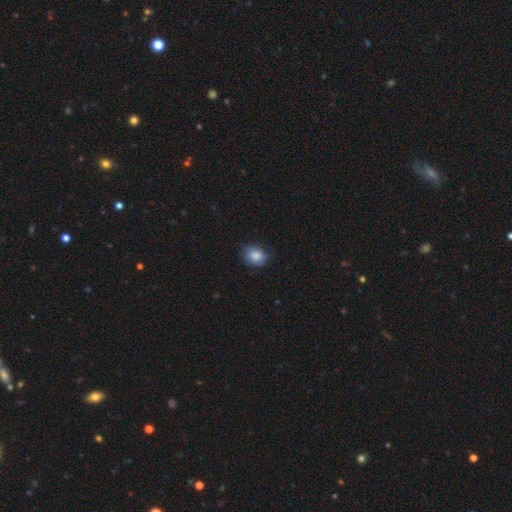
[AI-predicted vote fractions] The model was most divided on "how rounded": in between: 51%, round: 47%, cigar-shaped: 1%. More confident: smooth or featured — smooth (78%); merging — none (73%).